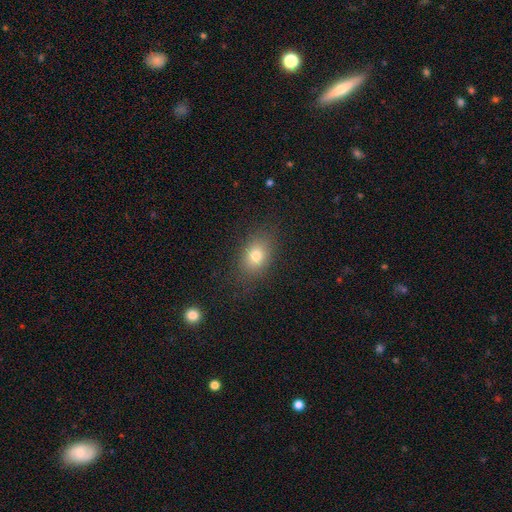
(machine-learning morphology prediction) smooth 78%, star or artifact 11%, featured or disk 10%. Down the decision tree: how rounded — in between (70%); merging — none (82%).